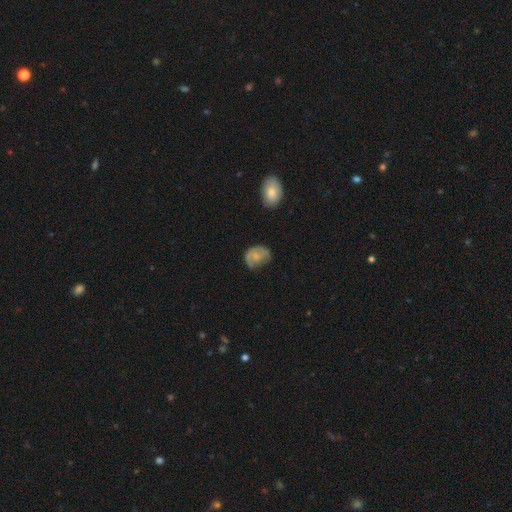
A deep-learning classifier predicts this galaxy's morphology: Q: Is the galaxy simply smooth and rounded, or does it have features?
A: smooth — 52%.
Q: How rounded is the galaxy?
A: in between — 57%.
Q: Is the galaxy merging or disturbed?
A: none — 52%.